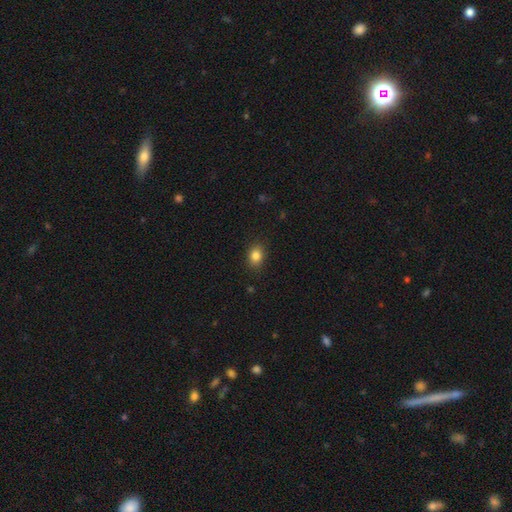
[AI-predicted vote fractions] This is clearly a smooth galaxy (84%). How rounded: possibly in between (57%). Merging: clearly none (87%).